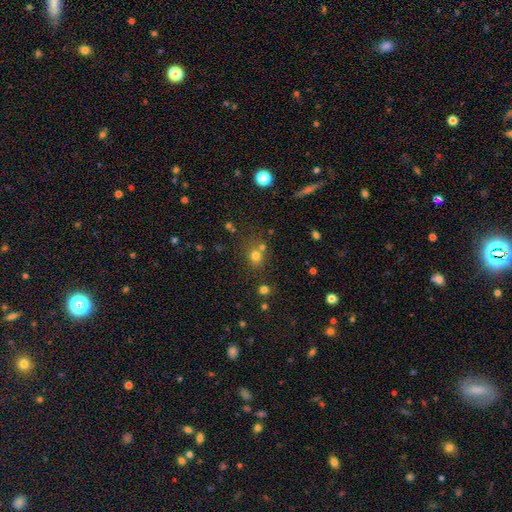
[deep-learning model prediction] Smooth or featured: smooth — 71% (star or artifact — 20%)
How rounded: round — 74% (in between — 25%)
Merging: none — 62% (merger — 22%)